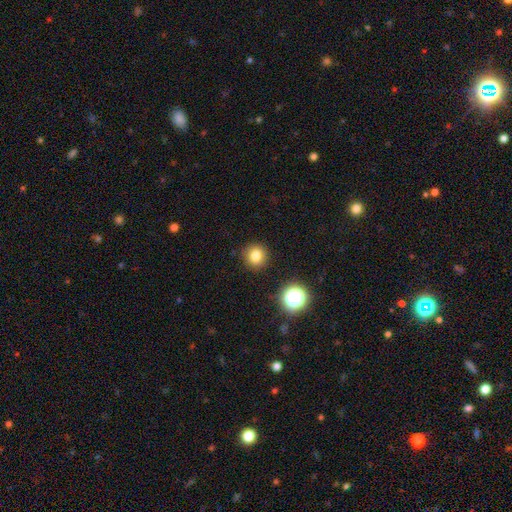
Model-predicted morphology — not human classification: This appears to be a smooth galaxy with no disk features (79%) that is round (92%). Merging: none (90%).